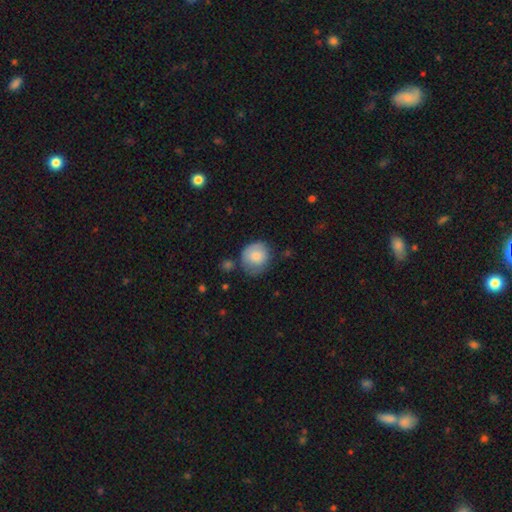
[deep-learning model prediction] A smooth galaxy with no disk features (77%) that is round (79%). Merging: none (58%).